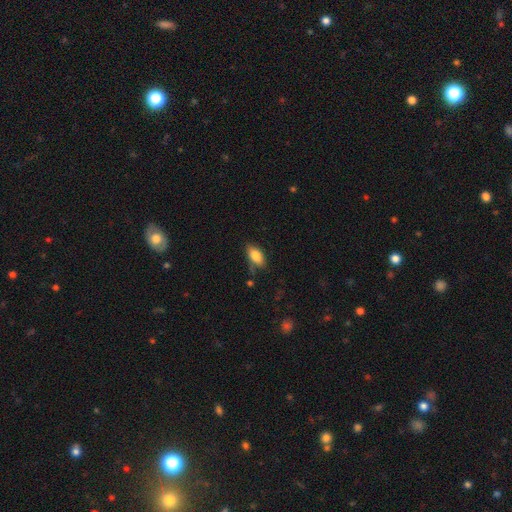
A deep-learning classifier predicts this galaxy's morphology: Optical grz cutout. It shows a smooth galaxy with no disk features (82%) that is in between round and cigar-shaped (90%). Merging: none (72%).